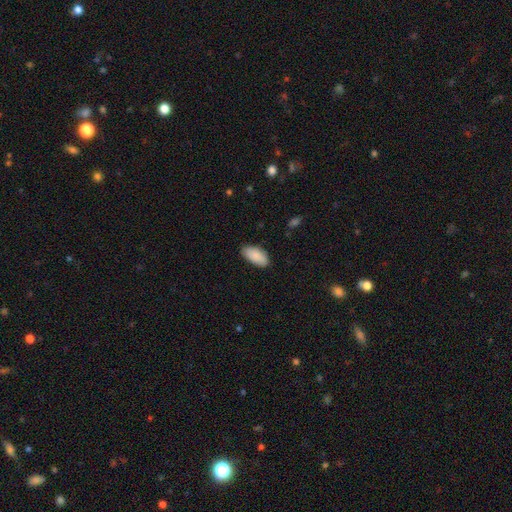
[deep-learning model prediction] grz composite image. It shows a smooth galaxy with no disk features (90%) that is in between round and cigar-shaped (92%). Merging: none (85%).